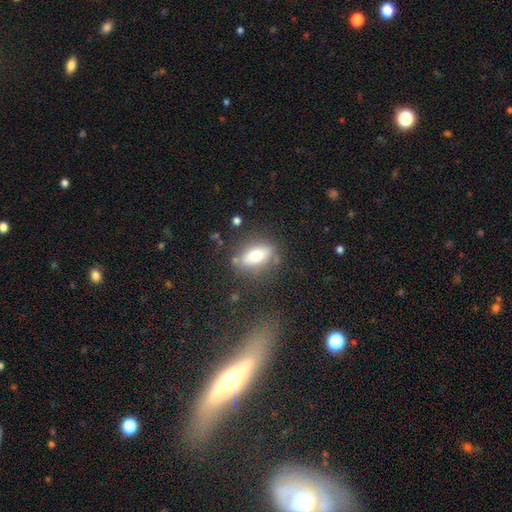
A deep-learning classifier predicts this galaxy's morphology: Overall: smooth (67%). How rounded: in between (76%). Merging: none (75%).